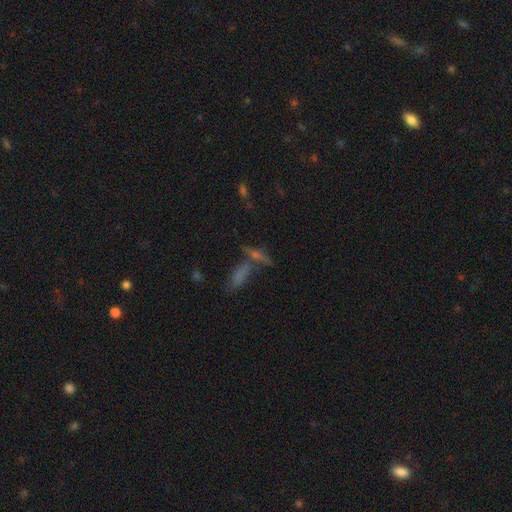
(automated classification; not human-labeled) A smooth galaxy with no disk features (44%). Merging: none (49%).